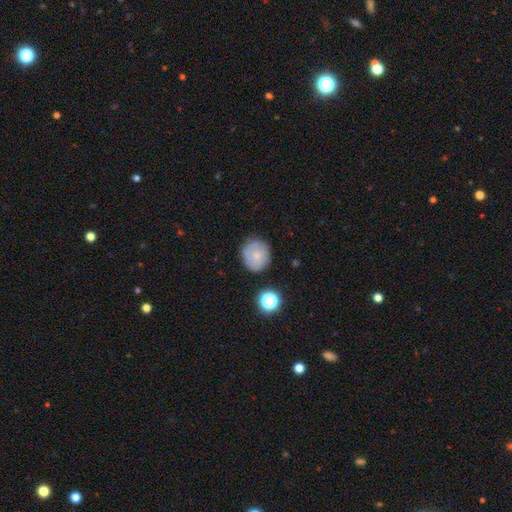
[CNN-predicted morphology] A smooth galaxy with no disk features (67%) that is round (84%). Merging: none (76%).